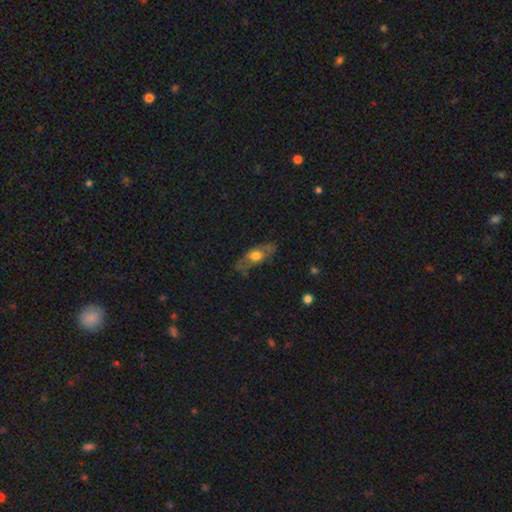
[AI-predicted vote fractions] smooth_or_featured: smooth (p=0.48) [alt: featured or disk p=0.44]
merging: none (p=0.68) [alt: minor disturbance p=0.22]